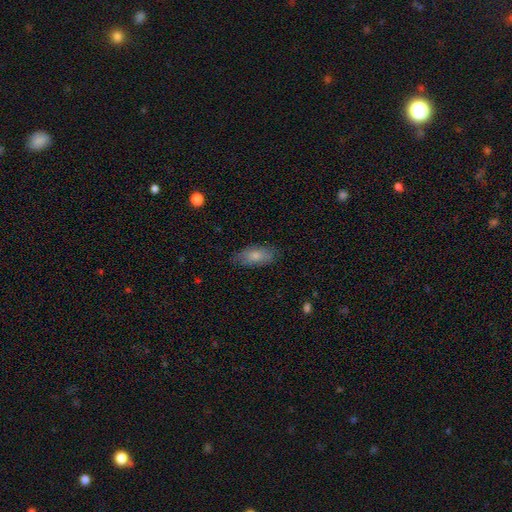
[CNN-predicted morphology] smooth 76%, featured or disk 17%, star or artifact 7%. Down the decision tree: how rounded — in between (86%); merging — none (79%).